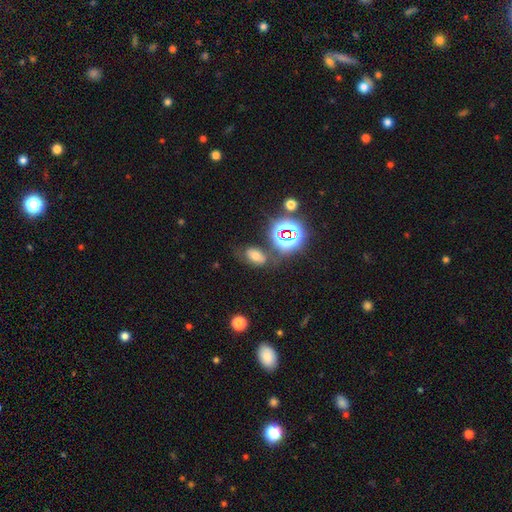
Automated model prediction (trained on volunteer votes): Q: Smooth or featured?
A: smooth (53%); runner-up: star or artifact (30%)
Q: How rounded?
A: in between (84%); runner-up: round (14%)
Q: Merging?
A: none (67%); runner-up: minor disturbance (18%)